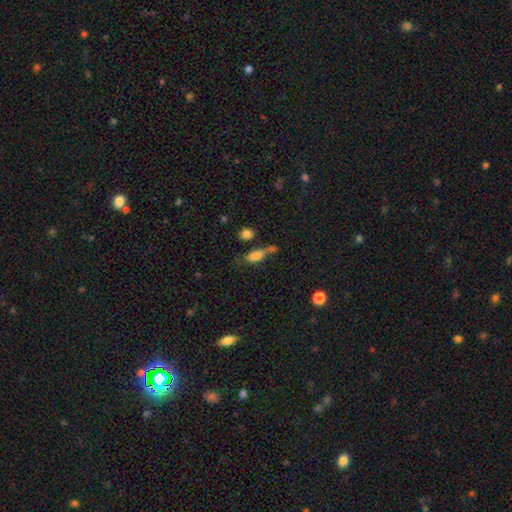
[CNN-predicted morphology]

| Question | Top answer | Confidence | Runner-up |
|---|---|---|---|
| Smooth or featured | smooth | 76% | featured or disk (12%) |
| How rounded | in between | 72% | cigar-shaped (22%) |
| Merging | none | 40% | merger (23%) |